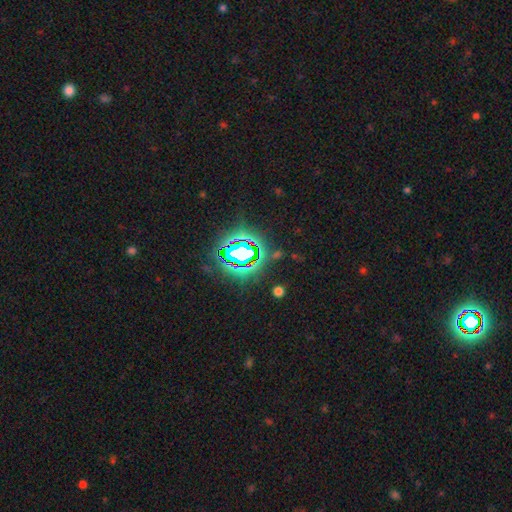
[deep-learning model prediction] Overall: star or artifact (84%).